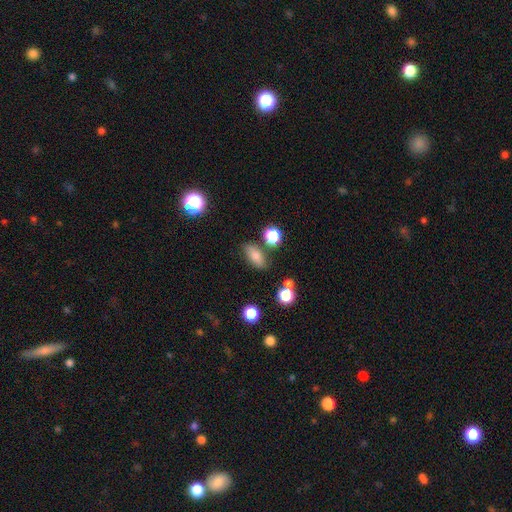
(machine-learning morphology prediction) Overall: smooth (73%). How rounded: in between (79%). Merging: none (75%).